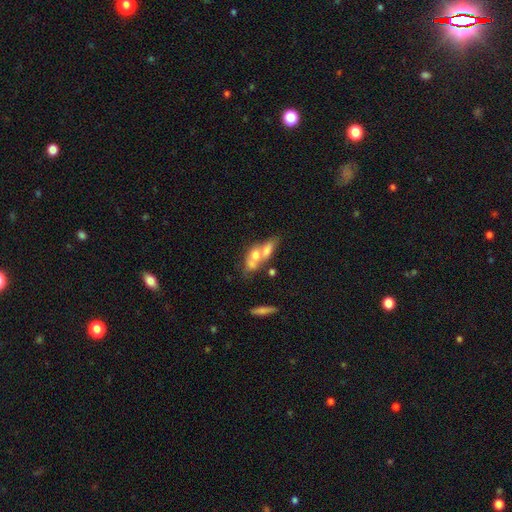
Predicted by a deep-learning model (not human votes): Smooth or featured? Predicted: smooth (p=0.51). How rounded? Predicted: in between (p=0.66). Merging? Predicted: merger (p=0.63).